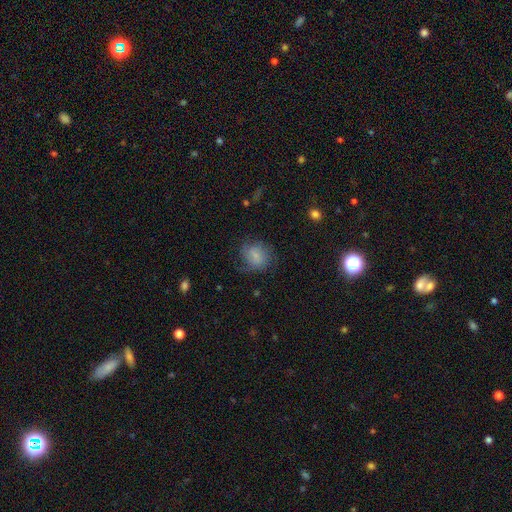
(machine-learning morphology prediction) This appears to be a smooth galaxy with no disk features (64%) that is round (69%). Merging: none (58%).